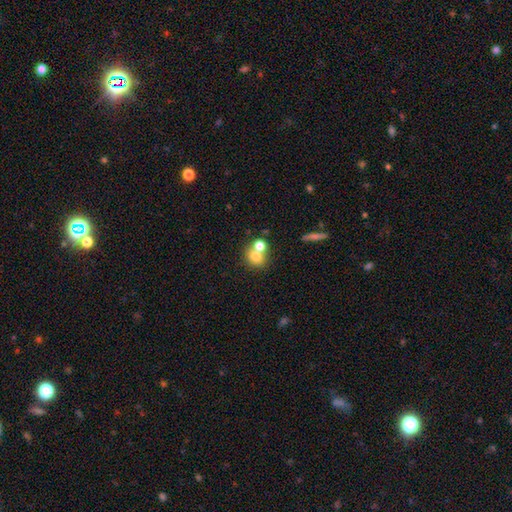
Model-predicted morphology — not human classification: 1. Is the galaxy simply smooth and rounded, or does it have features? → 73% smooth, 15% featured or disk, 12% star or artifact.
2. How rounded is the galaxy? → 74% round, 24% in between, 1% cigar-shaped.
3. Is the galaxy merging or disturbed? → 45% merger, 44% none, 8% minor disturbance, 3% major disturbance.